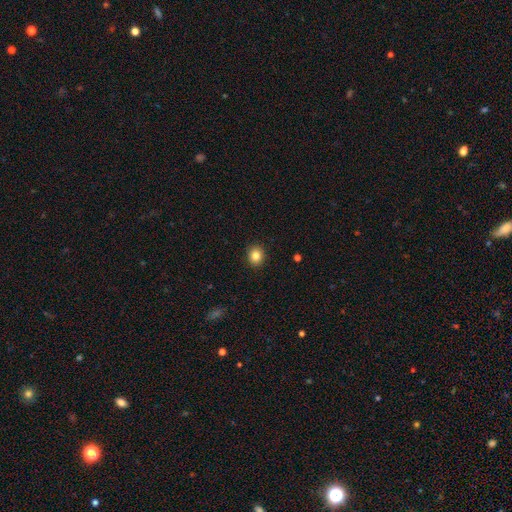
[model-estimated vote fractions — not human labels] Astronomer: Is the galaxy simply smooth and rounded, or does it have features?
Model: smooth — 84%.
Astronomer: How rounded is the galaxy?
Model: round — 72%.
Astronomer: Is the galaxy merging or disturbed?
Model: none — 91%.